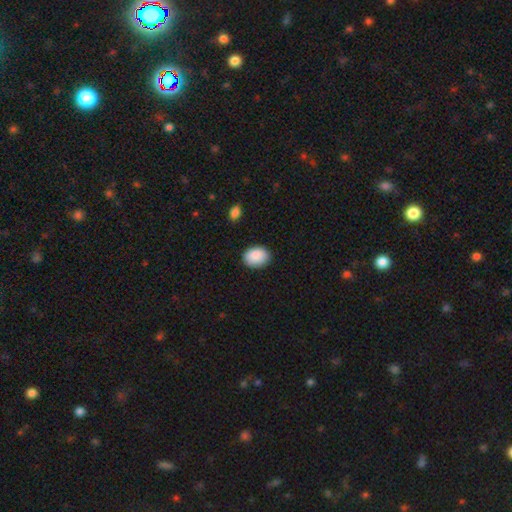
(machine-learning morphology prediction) Overall: smooth (90%). How rounded: in between (70%). Merging: none (87%).